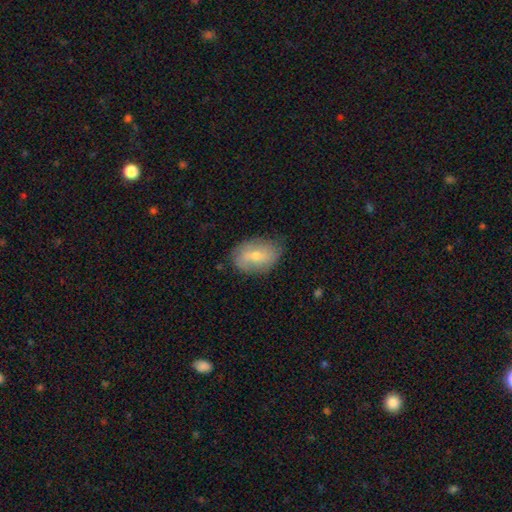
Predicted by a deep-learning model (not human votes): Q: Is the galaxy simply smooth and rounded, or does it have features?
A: smooth — 53%.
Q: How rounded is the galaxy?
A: in between — 83%.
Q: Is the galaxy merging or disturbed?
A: none — 73%.